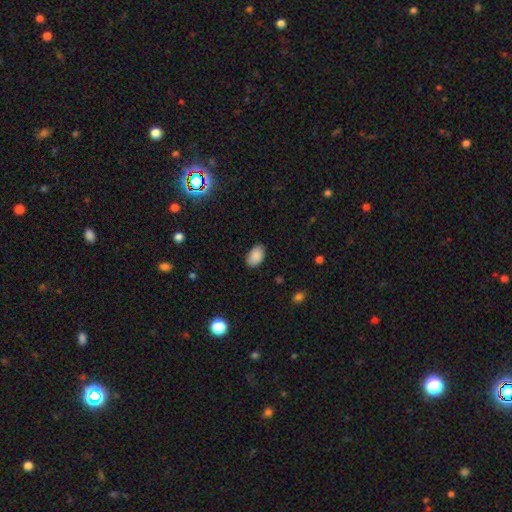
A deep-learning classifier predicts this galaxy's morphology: Overall: smooth (89%). How rounded: in between (90%). Merging: none (85%).